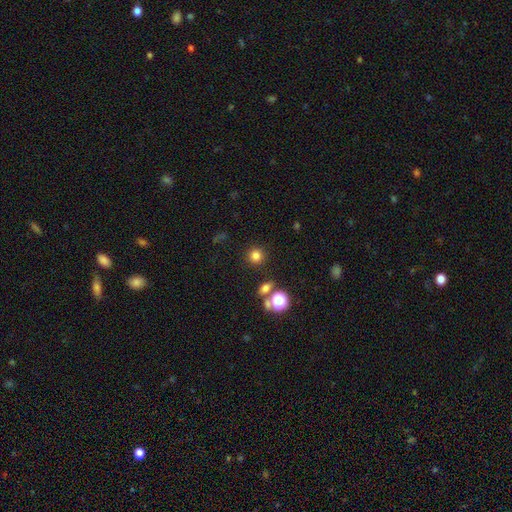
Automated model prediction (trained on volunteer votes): A smooth galaxy with no disk features (77%) that is round (92%). Merging: none (86%).